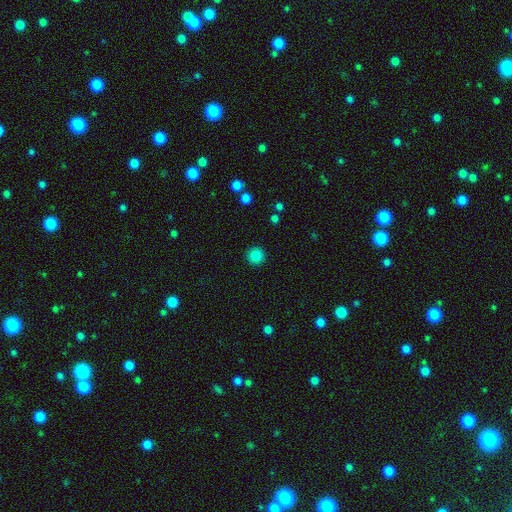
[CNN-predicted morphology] type=smooth (85%); roundness=round (96%); merging=none (92%).